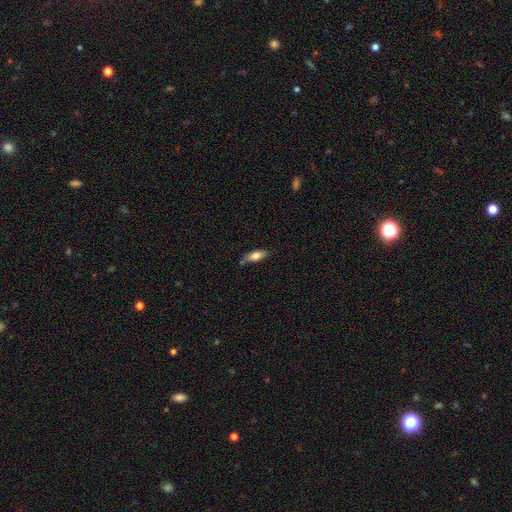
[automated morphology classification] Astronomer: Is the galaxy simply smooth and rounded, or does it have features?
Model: smooth — 74%.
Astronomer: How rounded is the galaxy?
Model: in between — 73%.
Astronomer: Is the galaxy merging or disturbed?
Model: none — 71%.